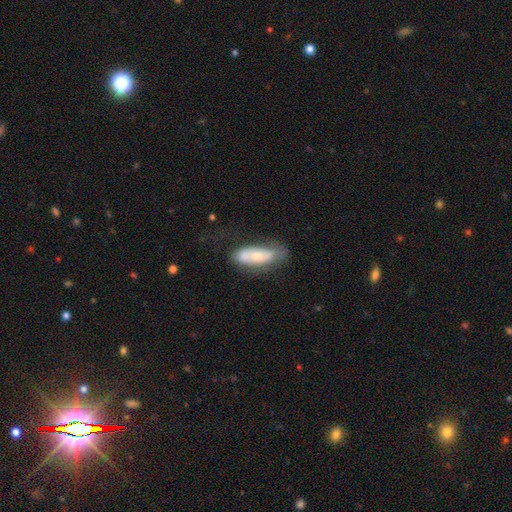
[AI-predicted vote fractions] A smooth galaxy with no disk features (53%) that is in between round and cigar-shaped (67%).

Vote fractions:
- Smooth or featured? smooth: 53% / featured or disk: 40% / star or artifact: 7%
- How rounded? in between: 67% / cigar-shaped: 31% / round: 2%
- Merging? none: 52% / minor disturbance: 27% / major disturbance: 16% / merger: 6%